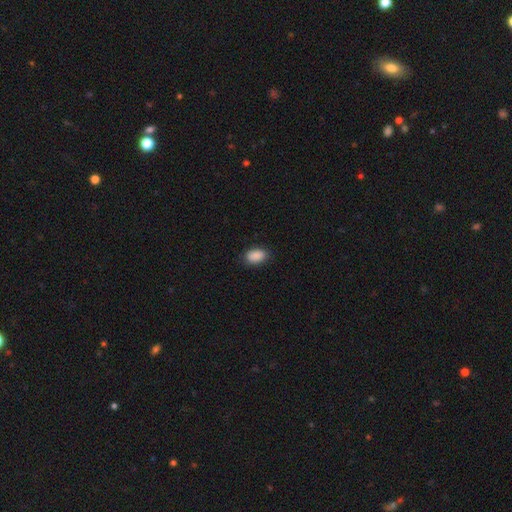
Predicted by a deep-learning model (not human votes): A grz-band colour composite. It shows a smooth galaxy with no disk features (90%) that is in between round and cigar-shaped (90%). Merging: none (85%).